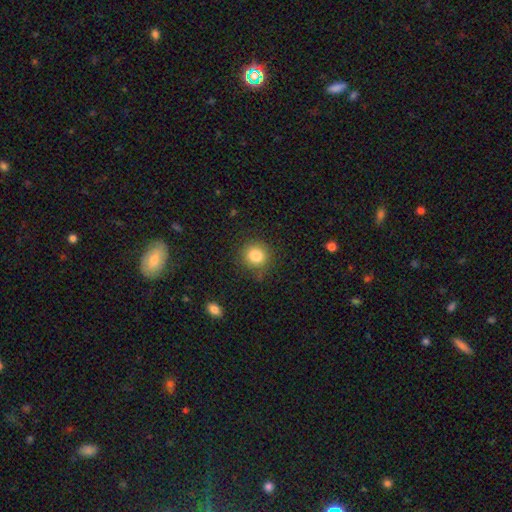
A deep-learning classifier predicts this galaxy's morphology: This appears to be a smooth galaxy with no disk features (84%) that is round (87%). Merging: none (84%).